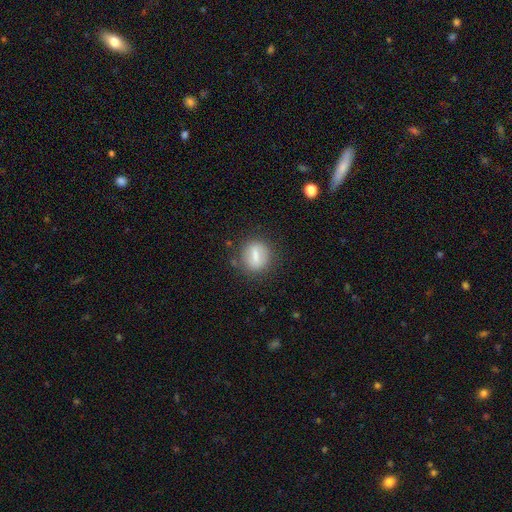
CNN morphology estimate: This is likely a smooth galaxy (63%). How rounded: likely round (61%). Merging: likely none (79%).